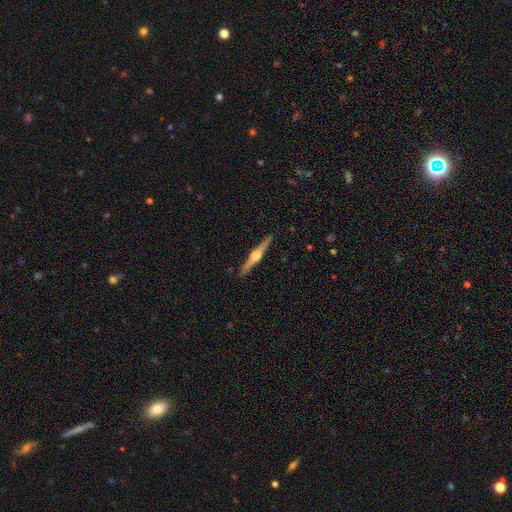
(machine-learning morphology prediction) featured or disk 80%, smooth 15%, star or artifact 5%. Down the decision tree: edge-on disk — yes (98%); edge-on bulge — rounded (94%); merging — none (92%).